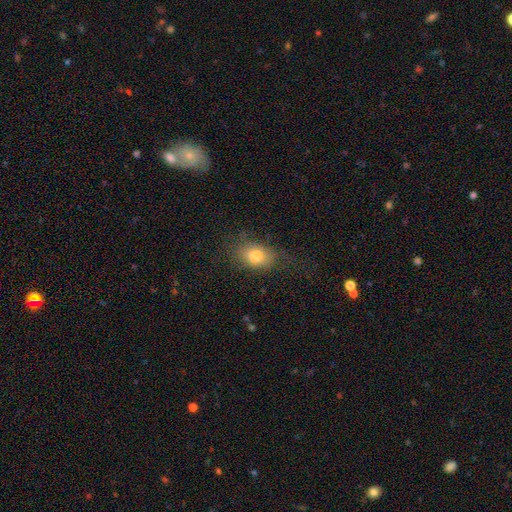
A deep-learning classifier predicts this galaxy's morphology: This is likely a smooth galaxy (78%). How rounded: likely in between (76%). Merging: likely none (64%).